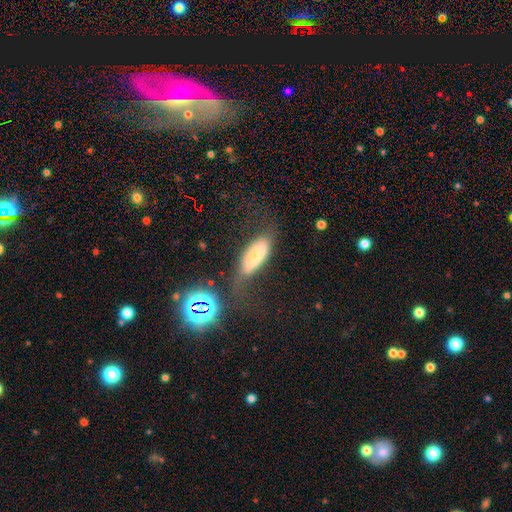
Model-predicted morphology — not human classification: Smooth or featured? Predicted: smooth (p=0.64). How rounded? Predicted: in between (p=0.67). Merging? Predicted: none (p=0.42).